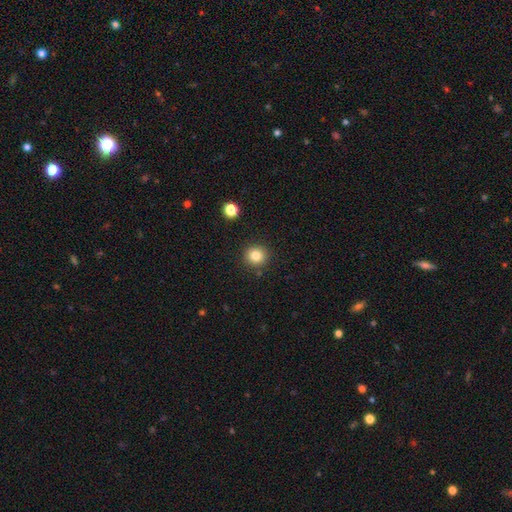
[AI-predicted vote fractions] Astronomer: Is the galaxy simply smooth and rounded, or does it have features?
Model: smooth — 82%.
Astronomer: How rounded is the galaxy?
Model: round — 91%.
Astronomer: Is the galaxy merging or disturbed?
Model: none — 89%.